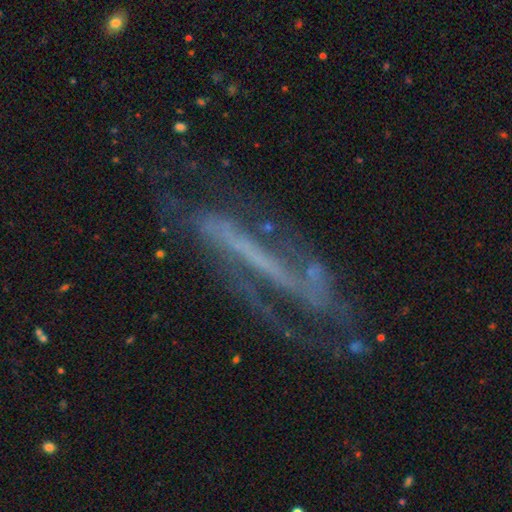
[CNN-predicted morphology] A featured or disk galaxy (72%). Merging: none (53%).